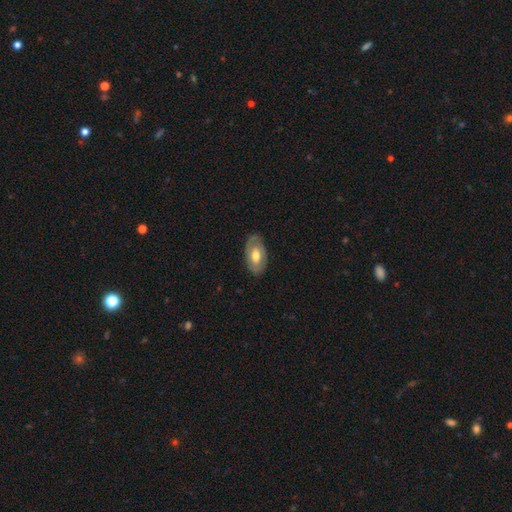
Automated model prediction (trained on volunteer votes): Smooth or featured? featured or disk (56%)
Edge-on disk? no (91%)
Bar? no (60%)
Spiral arms? no (51%)
Bulge size? moderate (68%)
Merging? none (79%)